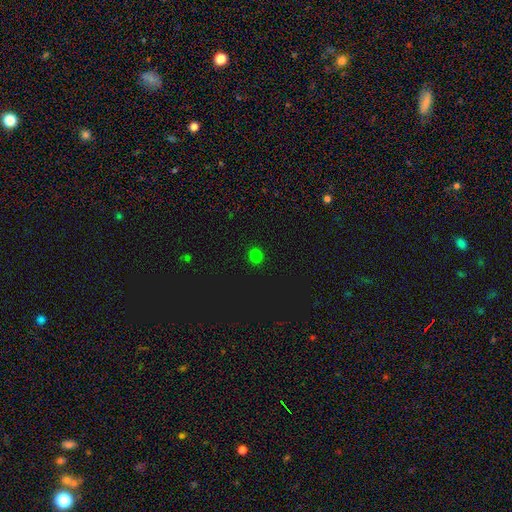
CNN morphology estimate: This is likely a smooth galaxy (76%). How rounded: clearly round (89%). Merging: clearly none (92%).